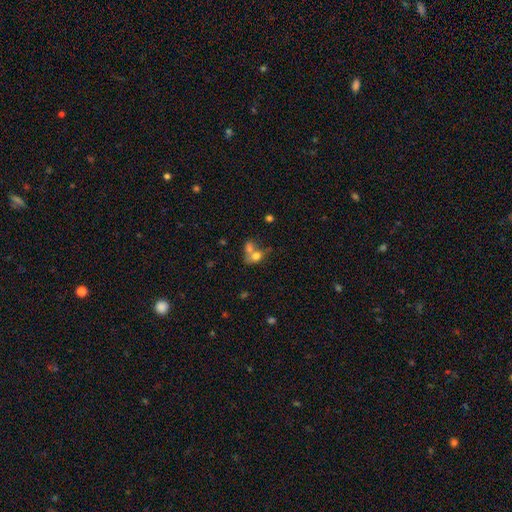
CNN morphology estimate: The model was most divided on "how rounded": round: 51%, in between: 46%, cigar-shaped: 3%. More confident: smooth or featured — smooth (63%); merging — merger (58%).